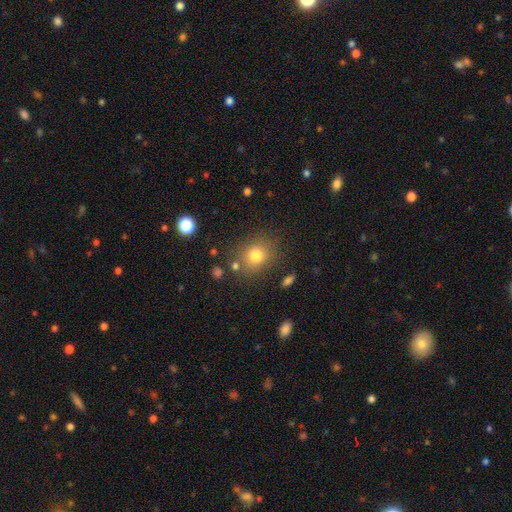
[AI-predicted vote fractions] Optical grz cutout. It shows a smooth galaxy with no disk features (78%) that is round (73%). Merging: none (78%).